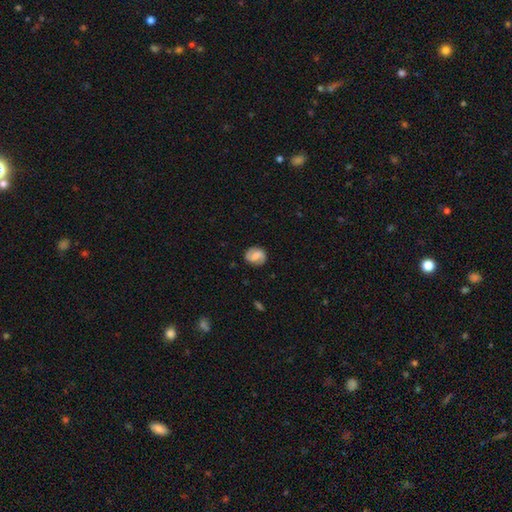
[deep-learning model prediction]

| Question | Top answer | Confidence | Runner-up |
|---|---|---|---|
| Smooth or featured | featured or disk | 61% | smooth (32%) |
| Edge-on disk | no | 98% | yes (2%) |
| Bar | weak | 49% | no (26%) |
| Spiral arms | yes | 90% | no (10%) |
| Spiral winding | medium | 44% | loose (31%) |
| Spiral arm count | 2 | 88% | can't tell (5%) |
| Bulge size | moderate | 35% | small (30%) |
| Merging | none | 84% | minor disturbance (12%) |